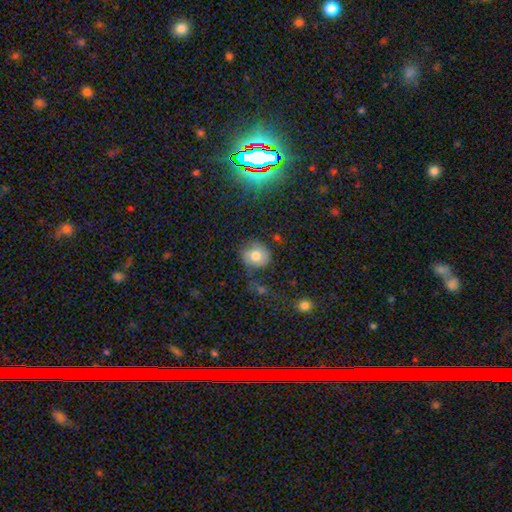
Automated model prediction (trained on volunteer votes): Q: Smooth or featured?
A: smooth (76%); runner-up: featured or disk (14%)
Q: How rounded?
A: round (73%); runner-up: in between (26%)
Q: Merging?
A: none (61%); runner-up: minor disturbance (22%)